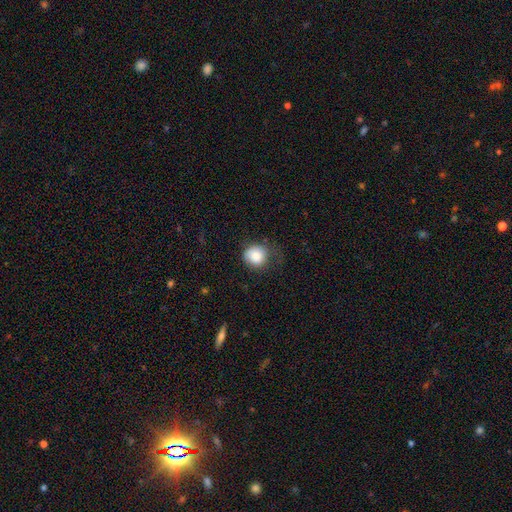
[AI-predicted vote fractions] Smooth or featured?
  - smooth: 84% *
  - star or artifact: 9%
  - featured or disk: 8%
How rounded?
  - round: 82% *
  - in between: 18%
  - cigar-shaped: 1%
Merging?
  - none: 54% *
  - minor disturbance: 31%
  - major disturbance: 13%
  - merger: 2%